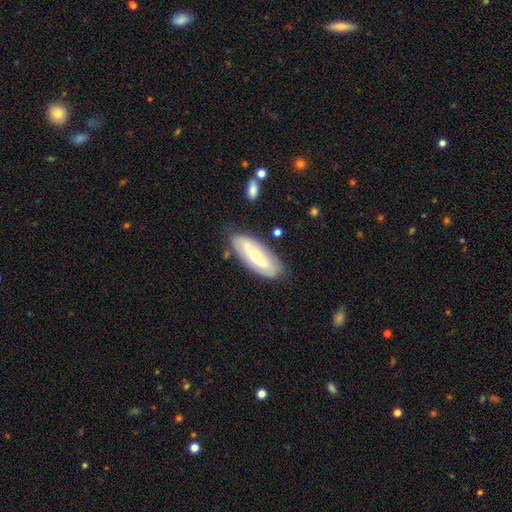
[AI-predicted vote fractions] Morphology: type=featured or disk (56%); edge-on=no (80%); merging=none (79%).